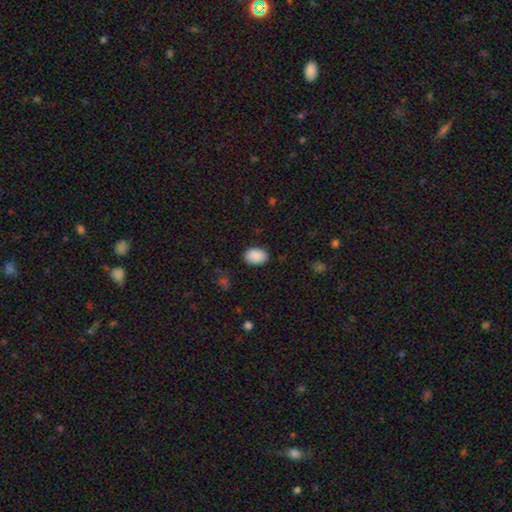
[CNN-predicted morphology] The model was most divided on "how rounded": in between: 82%, round: 17%, cigar-shaped: 1%. More confident: smooth or featured — smooth (90%); merging — none (87%).